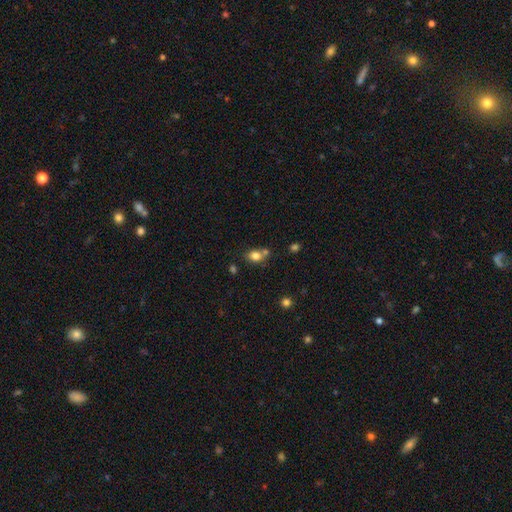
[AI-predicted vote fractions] Overall: smooth (80%). How rounded: in between (53%; round 45%). Merging: none (52%; merger 31%).